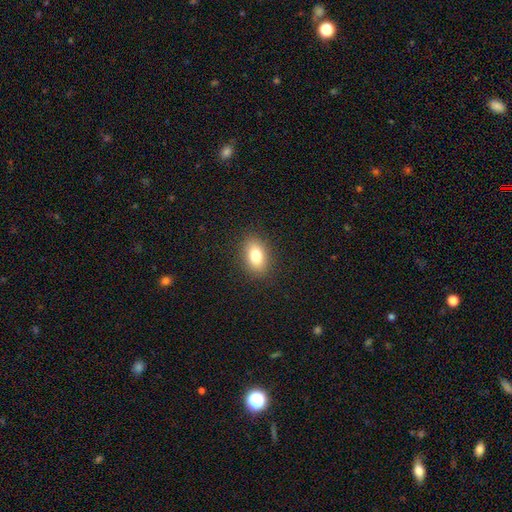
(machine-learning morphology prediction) type=smooth (79%); roundness=in between (84%); merging=none (89%).